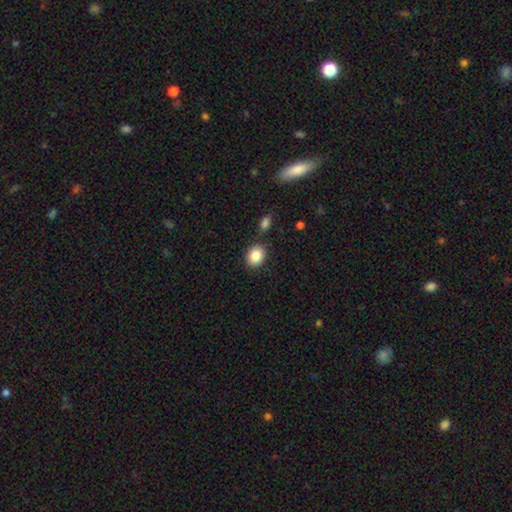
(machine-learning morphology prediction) This appears to be a smooth galaxy with no disk features (87%) that is in between round and cigar-shaped (51%). Merging: none (78%).